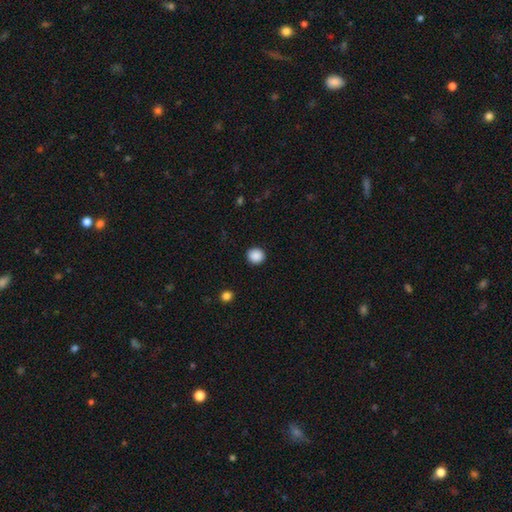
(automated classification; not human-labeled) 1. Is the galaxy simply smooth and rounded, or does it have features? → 89% smooth, 9% star or artifact, 2% featured or disk.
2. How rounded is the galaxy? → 88% round, 11% in between, 1% cigar-shaped.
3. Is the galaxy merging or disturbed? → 92% none, 5% minor disturbance, 2% major disturbance, 1% merger.